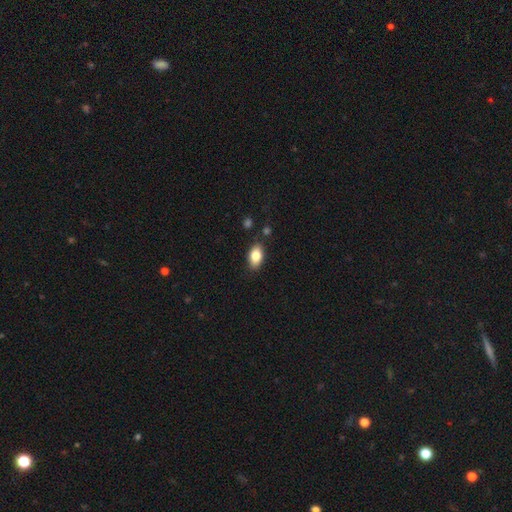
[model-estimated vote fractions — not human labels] This appears to be a smooth galaxy with no disk features (81%) that is in between round and cigar-shaped (88%). Merging: none (83%).